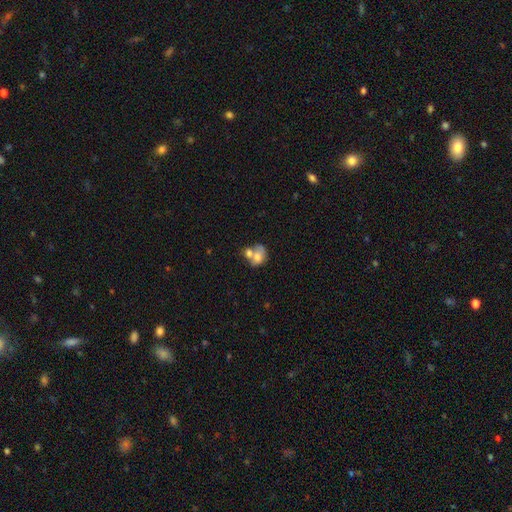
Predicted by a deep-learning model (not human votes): Morphology: type=smooth (64%); roundness=in between (56%); merging=merger (60%).